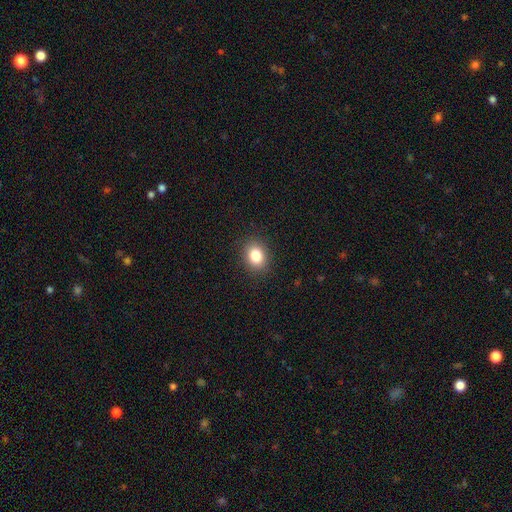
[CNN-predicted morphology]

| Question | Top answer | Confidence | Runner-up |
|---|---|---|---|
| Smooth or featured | smooth | 83% | star or artifact (11%) |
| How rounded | in between | 51% | round (48%) |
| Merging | none | 89% | minor disturbance (8%) |